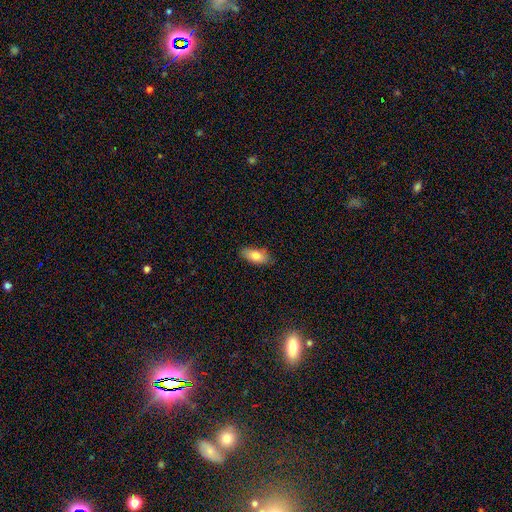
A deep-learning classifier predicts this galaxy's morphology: smooth_or_featured: smooth (p=0.80) [alt: featured or disk p=0.13]
how_rounded: in between (p=0.86) [alt: cigar-shaped p=0.11]
merging: none (p=0.83) [alt: minor disturbance p=0.14]